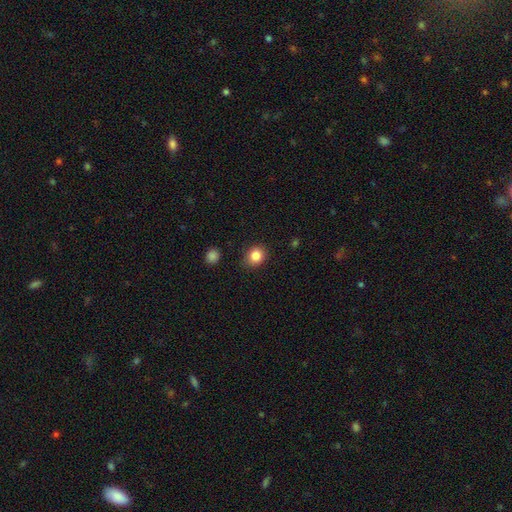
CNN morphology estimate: Smooth or featured: smooth — 84% (star or artifact — 10%)
How rounded: round — 71% (in between — 28%)
Merging: none — 85% (minor disturbance — 11%)